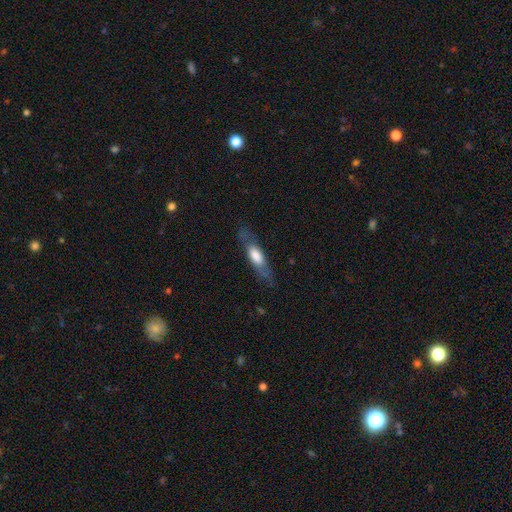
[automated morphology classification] Q: Smooth or featured?
A: smooth (56%); runner-up: featured or disk (38%)
Q: How rounded?
A: cigar-shaped (53%); runner-up: in between (45%)
Q: Merging?
A: none (74%); runner-up: minor disturbance (17%)